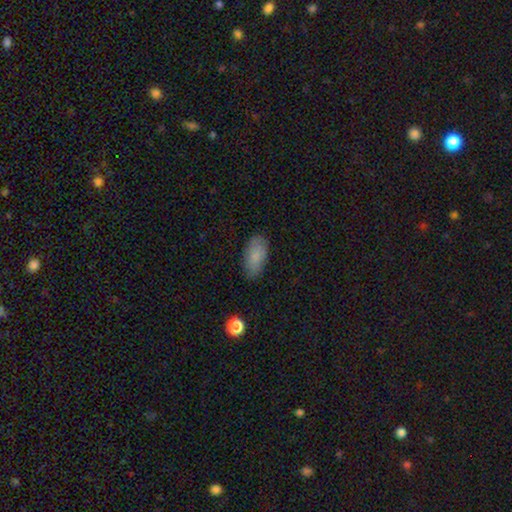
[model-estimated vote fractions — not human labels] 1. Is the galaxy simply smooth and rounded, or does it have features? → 82% smooth, 10% featured or disk, 7% star or artifact.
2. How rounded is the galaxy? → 91% in between, 6% cigar-shaped, 3% round.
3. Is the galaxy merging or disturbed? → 80% none, 15% minor disturbance, 3% major disturbance, 1% merger.